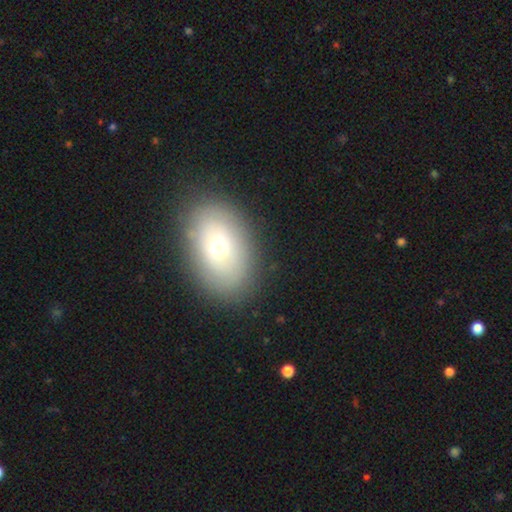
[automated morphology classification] A smooth galaxy with no disk features (60%) that is in between round and cigar-shaped (83%).

Vote fractions:
- Smooth or featured? smooth: 60% / featured or disk: 29% / star or artifact: 11%
- How rounded? in between: 83% / round: 15% / cigar-shaped: 1%
- Merging? none: 87% / minor disturbance: 9% / major disturbance: 3% / merger: 1%